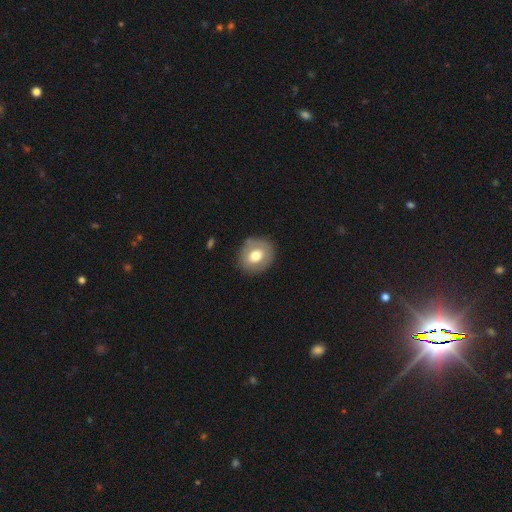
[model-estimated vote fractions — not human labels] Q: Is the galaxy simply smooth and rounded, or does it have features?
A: smooth — 67%.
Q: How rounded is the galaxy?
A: round — 69%.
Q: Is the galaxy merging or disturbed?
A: none — 83%.